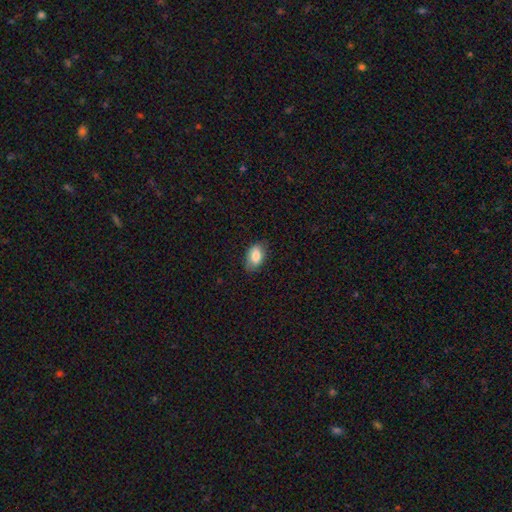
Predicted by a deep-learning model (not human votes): This is clearly a smooth galaxy (81%). How rounded: clearly in between (90%). Merging: likely none (77%).